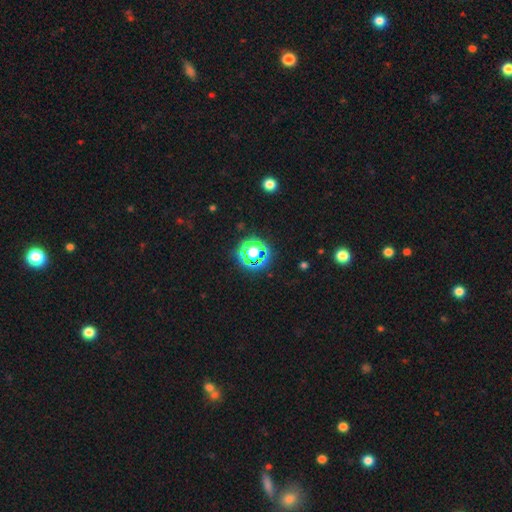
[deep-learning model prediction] smooth-or-featured: star or artifact: 64% | smooth: 25% | featured or disk: 10%